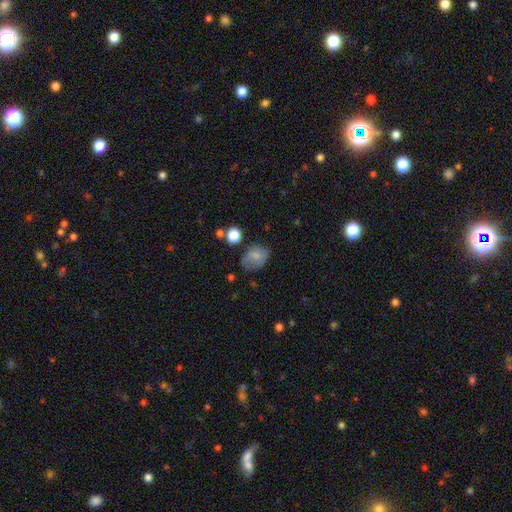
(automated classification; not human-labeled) smooth_or_featured: smooth (p=0.73) [alt: featured or disk p=0.17]
how_rounded: in between (p=0.71) [alt: round p=0.28]
merging: none (p=0.55) [alt: minor disturbance p=0.30]